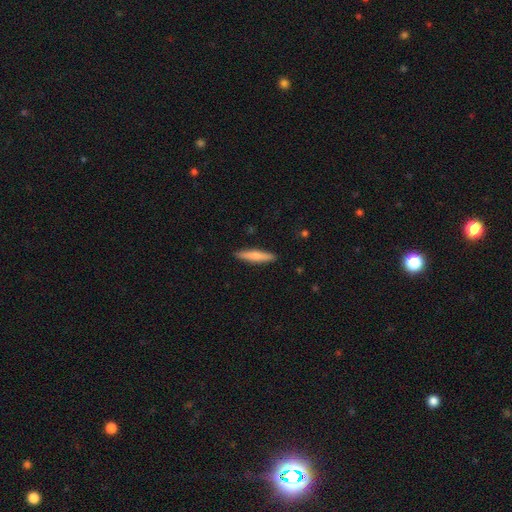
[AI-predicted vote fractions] Smooth or featured?
  - smooth: 74% *
  - featured or disk: 21%
  - star or artifact: 5%
How rounded?
  - cigar-shaped: 87% *
  - in between: 11%
  - round: 1%
Merging?
  - none: 90% *
  - minor disturbance: 7%
  - major disturbance: 2%
  - merger: 1%